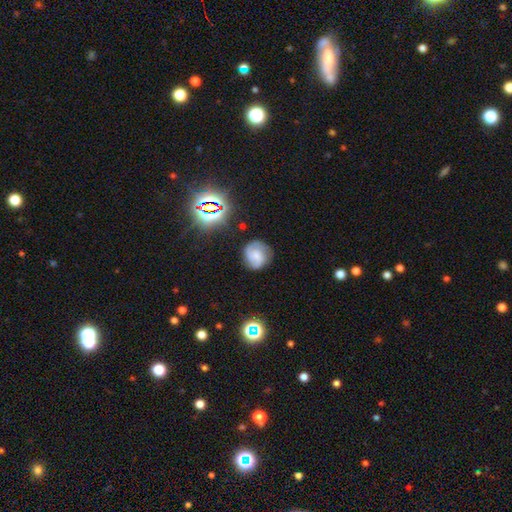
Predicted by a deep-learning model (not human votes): Smooth or featured? featured or disk (60%)
Edge-on disk? no (98%)
Bar? no (57%)
Spiral arms? yes (93%)
Spiral winding? medium (44%)
Spiral arm count? 2 (60%)
Bulge size? small (43%)
Merging? none (74%)